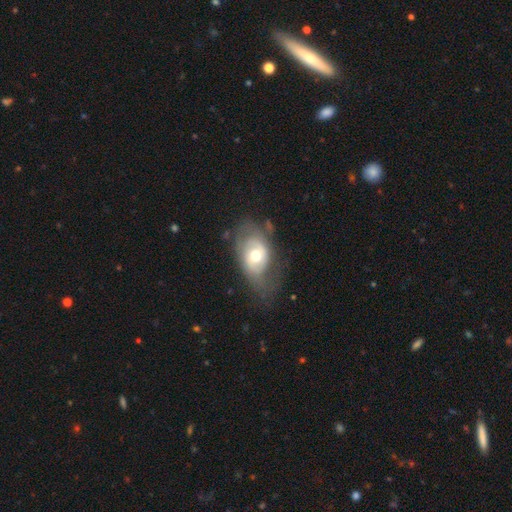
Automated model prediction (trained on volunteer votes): Smooth or featured: featured or disk — 53% (smooth — 40%)
Edge-on disk: no — 93% (yes — 7%)
Merging: none — 48% (minor disturbance — 28%)